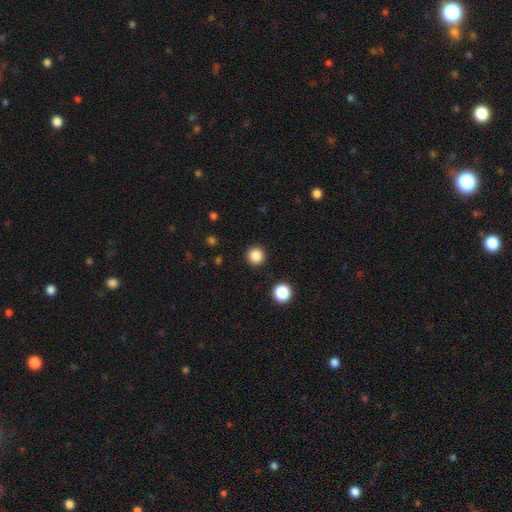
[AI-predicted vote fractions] Morphology: type=smooth (85%); roundness=round (95%); merging=none (92%).